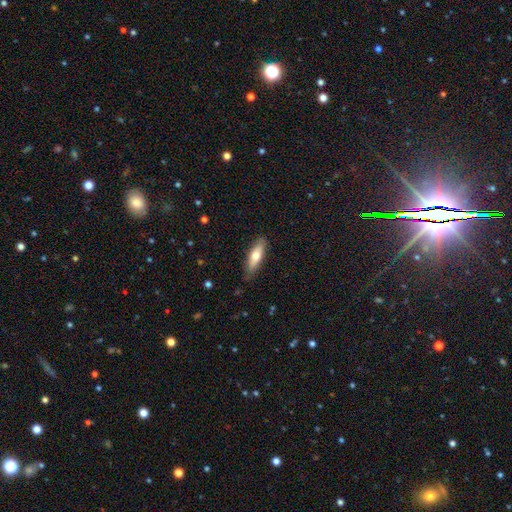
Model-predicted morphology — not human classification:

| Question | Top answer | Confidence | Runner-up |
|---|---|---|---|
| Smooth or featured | smooth | 68% | featured or disk (27%) |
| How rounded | cigar-shaped | 50% | in between (48%) |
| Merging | none | 84% | minor disturbance (12%) |